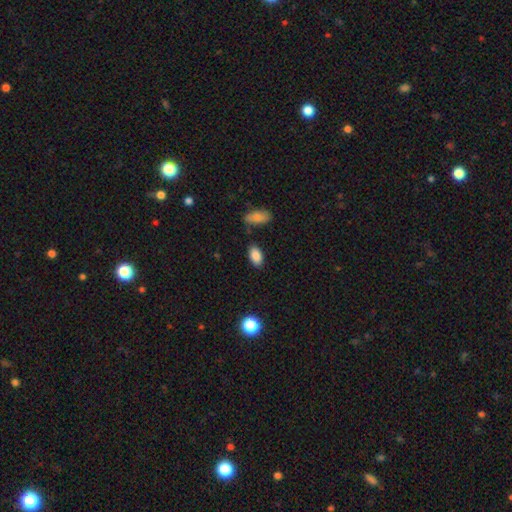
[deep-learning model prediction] smooth-or-featured: smooth: 87% | star or artifact: 8% | featured or disk: 5%
  how-rounded: in between: 92% | round: 6% | cigar-shaped: 2%
  merging: none: 82% | minor disturbance: 11% | merger: 4% | major disturbance: 3%